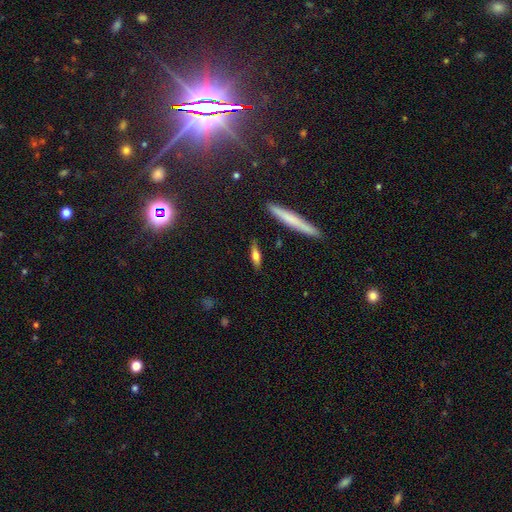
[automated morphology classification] Q: Smooth or featured?
A: smooth (61%); runner-up: featured or disk (32%)
Q: How rounded?
A: cigar-shaped (64%); runner-up: in between (33%)
Q: Merging?
A: none (84%); runner-up: minor disturbance (11%)